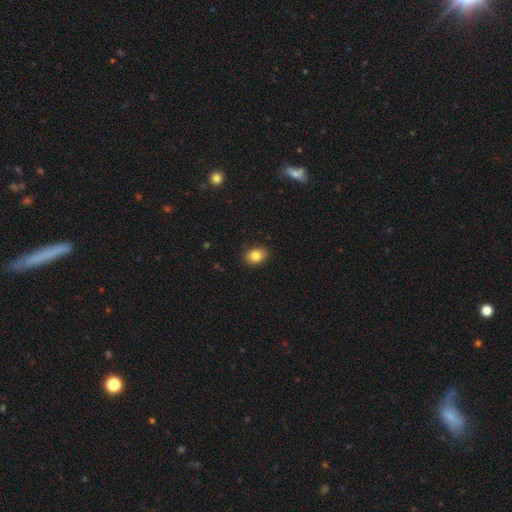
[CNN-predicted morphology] type=smooth (84%); roundness=in between (58%); merging=none (89%).